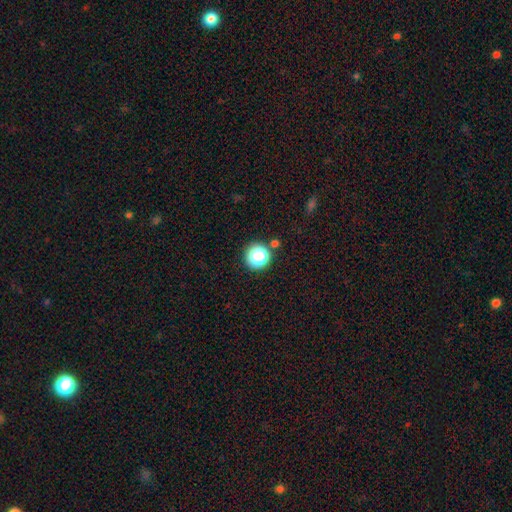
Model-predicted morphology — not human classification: type=smooth (83%); roundness=round (93%); merging=none (81%).